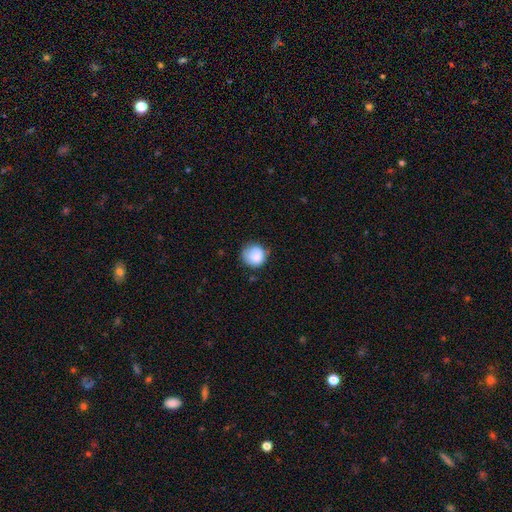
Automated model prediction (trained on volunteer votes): Overall: smooth (86%). How rounded: round (91%). Merging: none (70%).